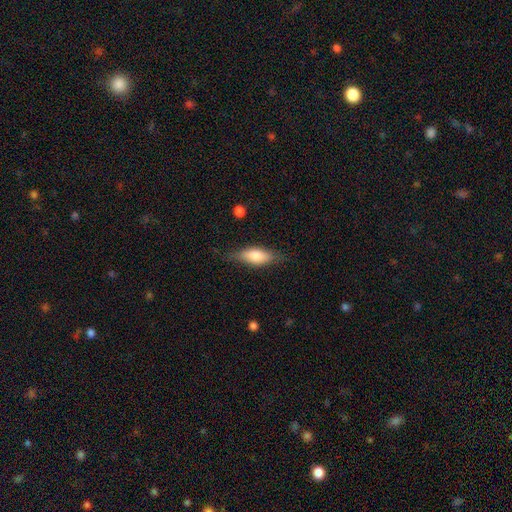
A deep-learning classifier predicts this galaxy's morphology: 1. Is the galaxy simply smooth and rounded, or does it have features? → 70% smooth, 24% featured or disk, 6% star or artifact.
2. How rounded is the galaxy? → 71% in between, 26% cigar-shaped, 3% round.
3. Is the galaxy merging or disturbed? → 72% none, 21% minor disturbance, 6% major disturbance, 1% merger.